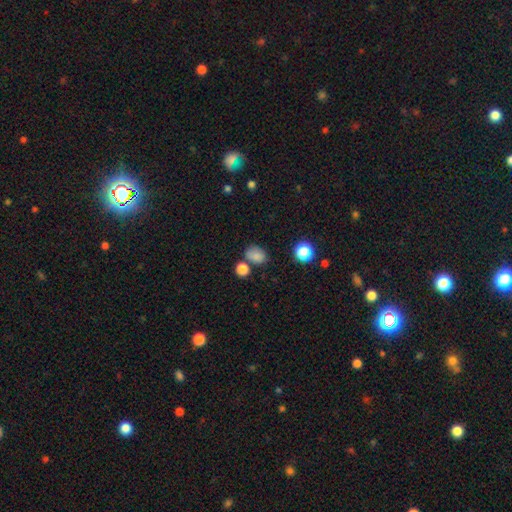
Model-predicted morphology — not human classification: The model was most divided on "how rounded": in between: 65%, round: 33%, cigar-shaped: 1%. More confident: smooth or featured — smooth (81%); merging — none (62%).